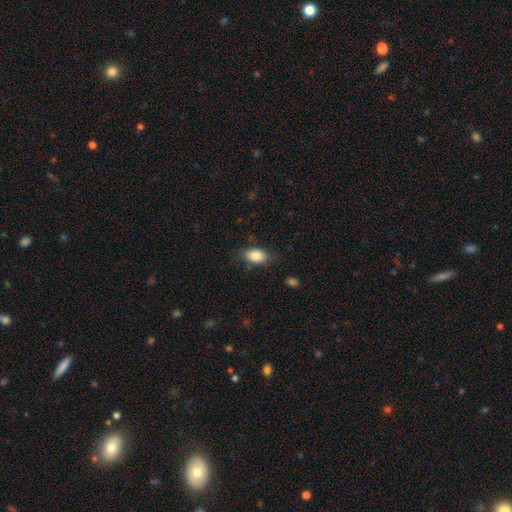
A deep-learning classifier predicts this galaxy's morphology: smooth_or_featured: smooth (p=0.86) [alt: star or artifact p=0.07]
how_rounded: in between (p=0.88) [alt: round p=0.10]
merging: none (p=0.78) [alt: minor disturbance p=0.16]